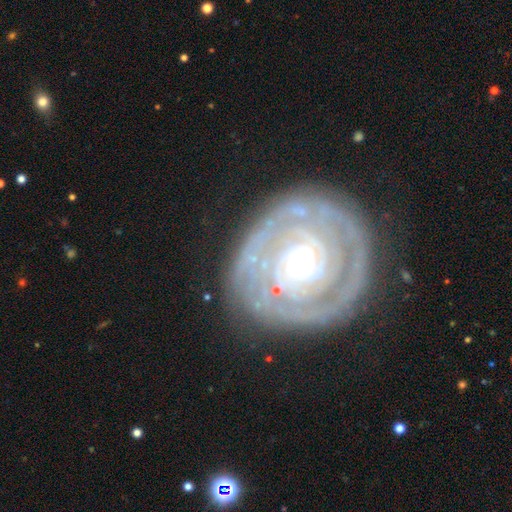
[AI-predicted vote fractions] This is clearly a featured or disk galaxy (81%). It is clearly not viewed edge-on (96%). Bar: likely no (77%). Spiral arm pattern: clearly yes (85%). Spiral arm count: marginally can't tell (42%). Spiral winding: clearly tight (82%). Central bulge: possibly small (57%). Merging: likely none (78%).